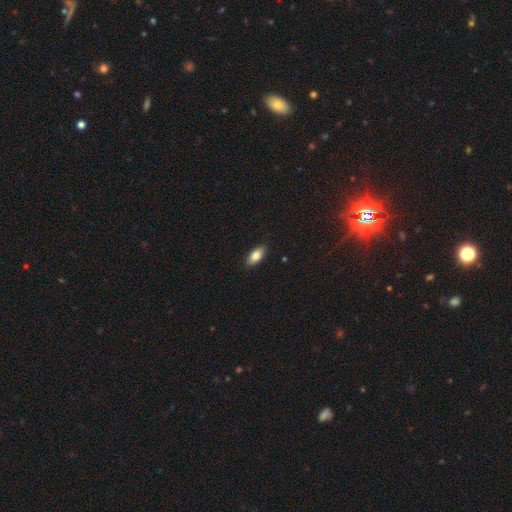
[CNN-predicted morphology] Overall: smooth (82%). How rounded: in between (85%). Merging: none (88%).